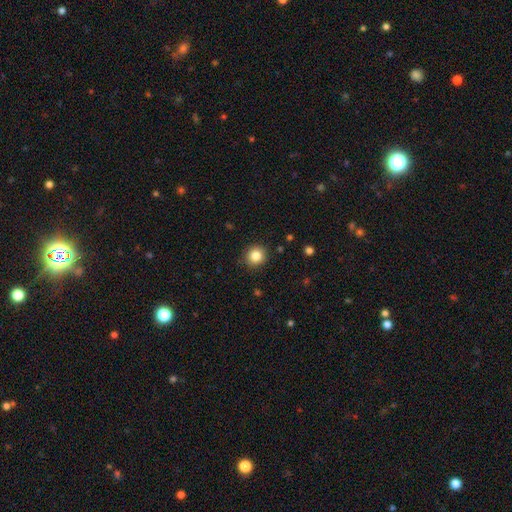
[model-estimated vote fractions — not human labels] Smooth or featured? smooth (85%)
How rounded? round (90%)
Merging? none (90%)